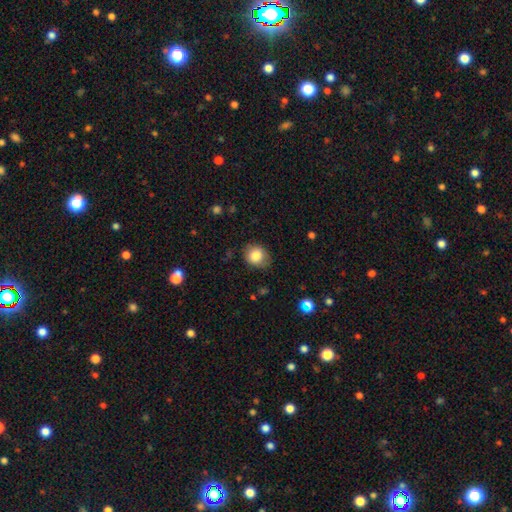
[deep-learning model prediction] This appears to be a smooth galaxy with no disk features (84%) that is round (72%). Merging: none (78%).